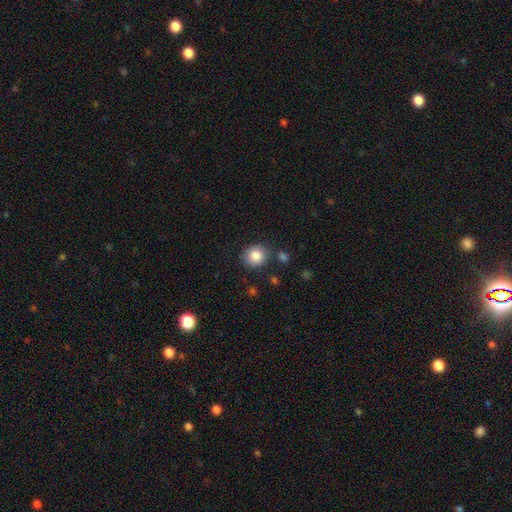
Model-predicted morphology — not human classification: Overall: smooth (86%). How rounded: round (75%). Merging: none (79%).